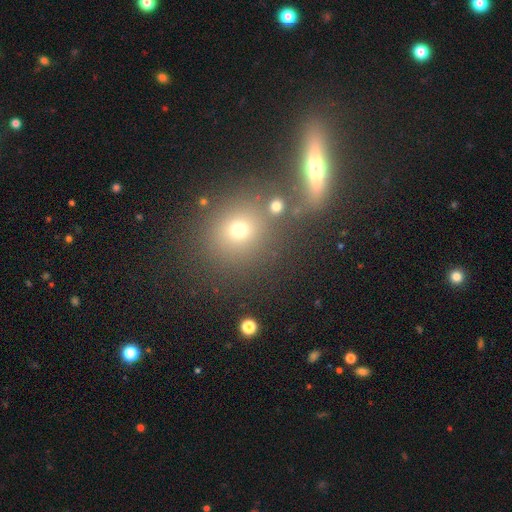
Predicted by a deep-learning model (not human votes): smooth-or-featured: smooth: 54% | star or artifact: 25% | featured or disk: 21%
  how-rounded: round: 80% | in between: 15% | cigar-shaped: 4%
  merging: none: 70% | merger: 18% | minor disturbance: 8% | major disturbance: 3%